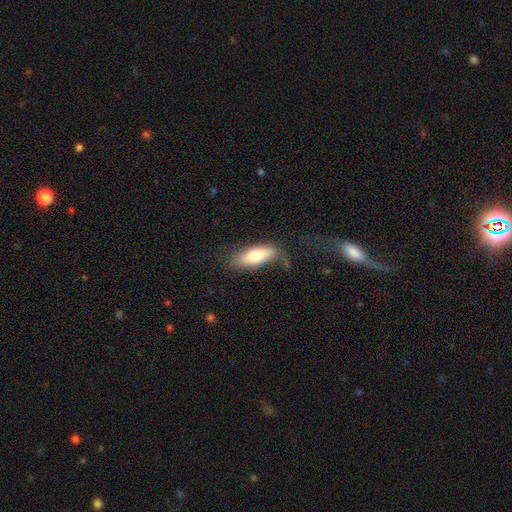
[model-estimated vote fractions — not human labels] This appears to be a smooth galaxy with no disk features (74%) that is in between round and cigar-shaped (75%). Merging: none (60%).